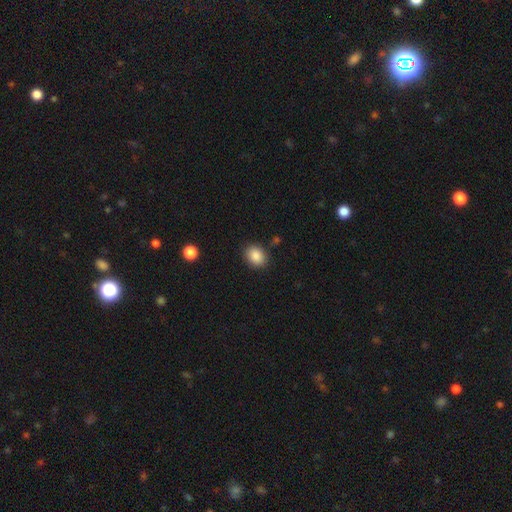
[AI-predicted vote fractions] A smooth galaxy with no disk features (88%) that is in between round and cigar-shaped (51%).

Vote fractions:
- Smooth or featured? smooth: 88% / star or artifact: 8% / featured or disk: 4%
- How rounded? in between: 51% / round: 48% / cigar-shaped: 1%
- Merging? none: 85% / minor disturbance: 10% / major disturbance: 3% / merger: 2%